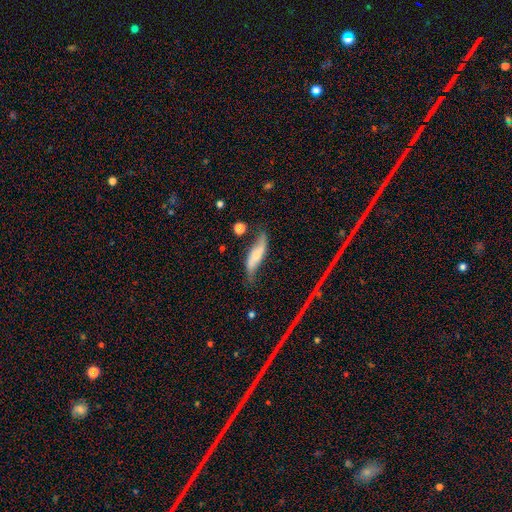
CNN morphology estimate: featured or disk 59%, smooth 33%, star or artifact 7%. Down the decision tree: edge-on disk — no (80%); merging — none (54%).